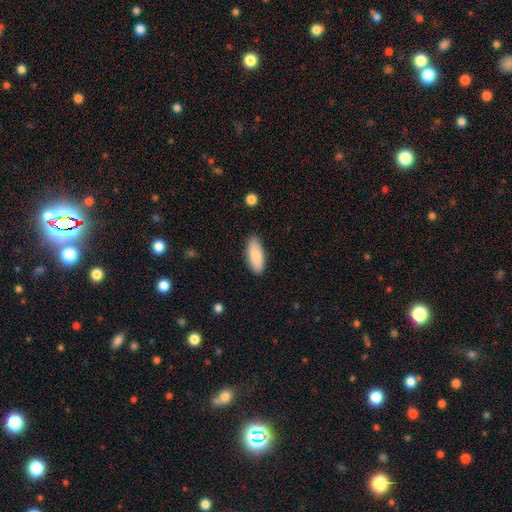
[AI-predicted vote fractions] The model was most divided on "how rounded": in between: 81%, cigar-shaped: 17%, round: 2%. More confident: merging — none (87%); smooth or featured — smooth (82%).